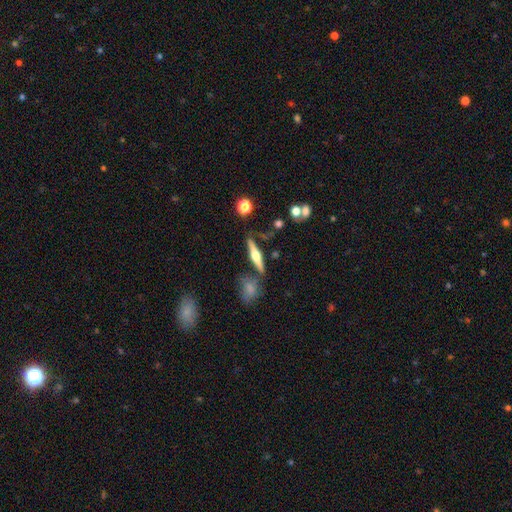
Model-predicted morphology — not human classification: Smooth or featured: featured or disk — 68% (smooth — 26%)
Edge-on disk: yes — 96% (no — 4%)
Edge-on bulge: rounded — 92% (boxy — 5%)
Merging: none — 78% (minor disturbance — 11%)